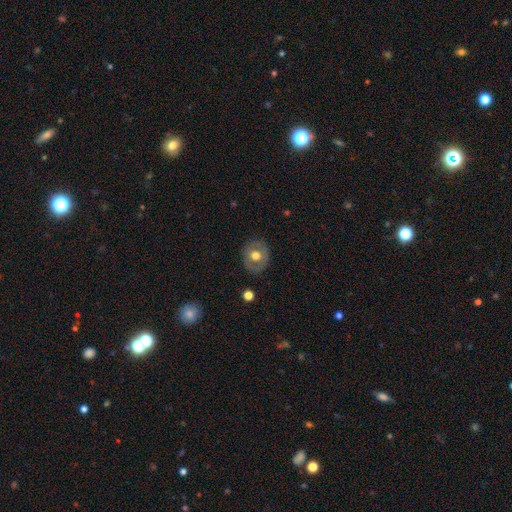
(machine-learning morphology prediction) A smooth galaxy with no disk features (52%) that is round (68%).

Vote fractions:
- Smooth or featured? smooth: 52% / featured or disk: 41% / star or artifact: 7%
- How rounded? round: 68% / in between: 31% / cigar-shaped: 1%
- Merging? none: 85% / minor disturbance: 11% / major disturbance: 3% / merger: 1%